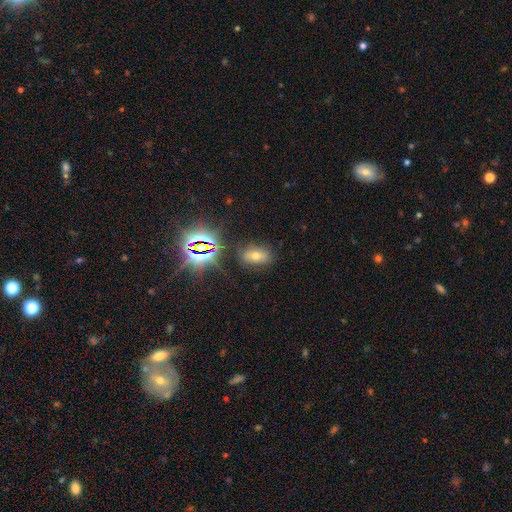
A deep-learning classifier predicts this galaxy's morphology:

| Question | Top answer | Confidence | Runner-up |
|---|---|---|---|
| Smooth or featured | star or artifact | 41% | smooth (40%) |